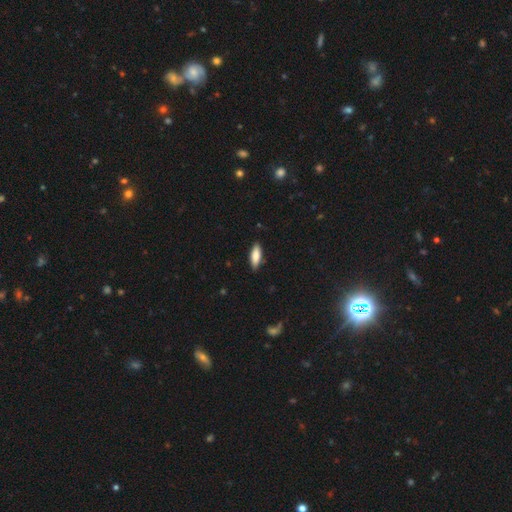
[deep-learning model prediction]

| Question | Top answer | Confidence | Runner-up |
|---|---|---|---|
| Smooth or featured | smooth | 81% | featured or disk (13%) |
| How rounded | in between | 61% | cigar-shaped (37%) |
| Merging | none | 87% | minor disturbance (10%) |